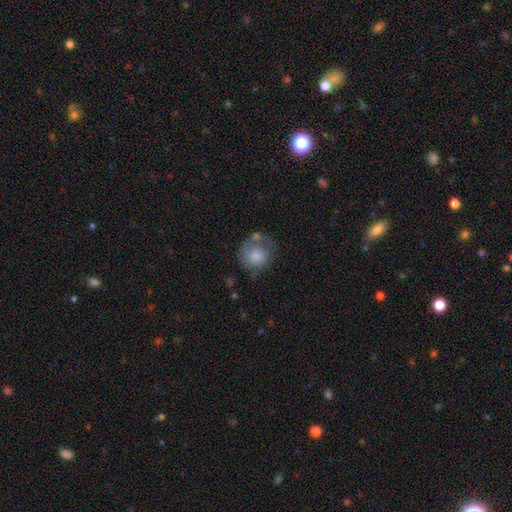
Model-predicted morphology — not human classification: A smooth galaxy with no disk features (61%) that is round (83%).

Vote fractions:
- Smooth or featured? smooth: 61% / featured or disk: 31% / star or artifact: 7%
- How rounded? round: 83% / in between: 16% / cigar-shaped: 1%
- Merging? none: 46% / minor disturbance: 25% / major disturbance: 18% / merger: 11%